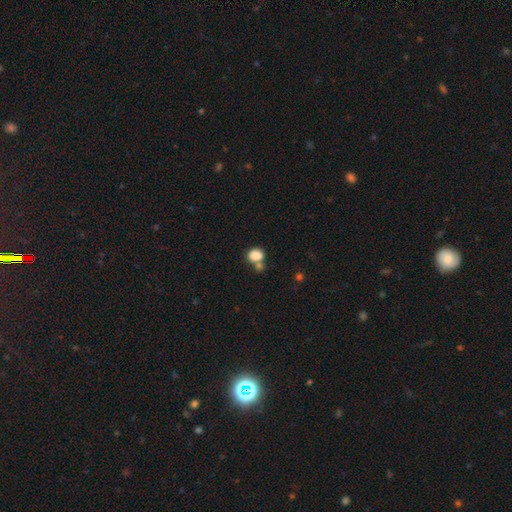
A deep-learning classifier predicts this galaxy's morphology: Overall: smooth (85%). How rounded: in between (50%; round 49%). Merging: none (47%; merger 36%).